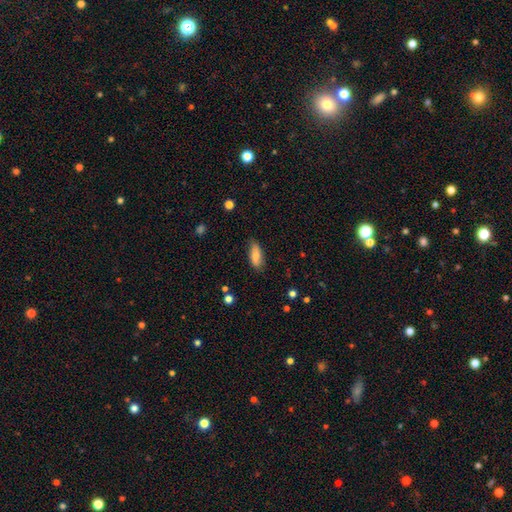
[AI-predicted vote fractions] smooth_or_featured: smooth (p=0.80) [alt: featured or disk p=0.14]
how_rounded: in between (p=0.76) [alt: cigar-shaped p=0.22]
merging: none (p=0.80) [alt: minor disturbance p=0.16]